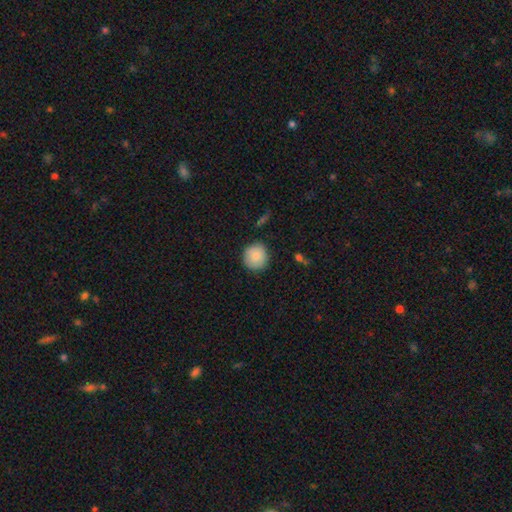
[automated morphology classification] type=smooth (86%); roundness=round (93%); merging=none (86%).